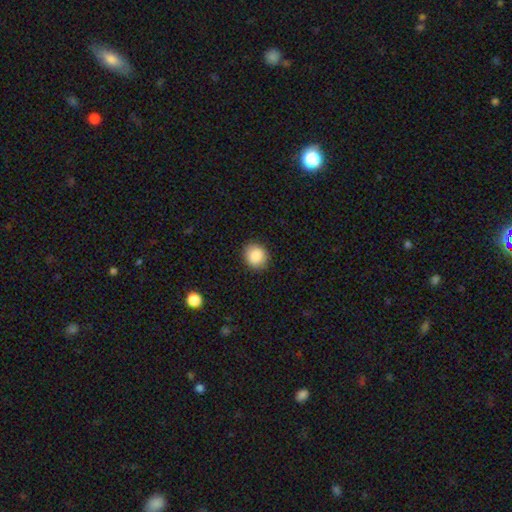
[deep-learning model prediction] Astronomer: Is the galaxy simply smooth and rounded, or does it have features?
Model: smooth — 89%.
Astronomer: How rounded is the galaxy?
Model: round — 80%.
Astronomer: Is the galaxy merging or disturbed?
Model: none — 89%.